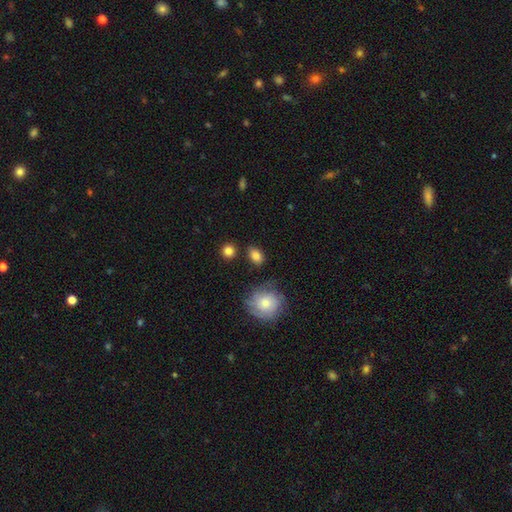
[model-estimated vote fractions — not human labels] Q: Smooth or featured?
A: smooth (83%); runner-up: star or artifact (9%)
Q: How rounded?
A: in between (73%); runner-up: round (25%)
Q: Merging?
A: none (77%); runner-up: minor disturbance (14%)